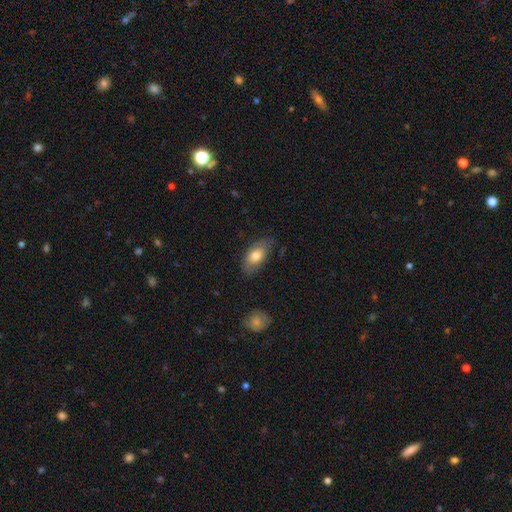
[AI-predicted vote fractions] Morphology: type=smooth (75%); roundness=in between (91%); merging=none (73%).